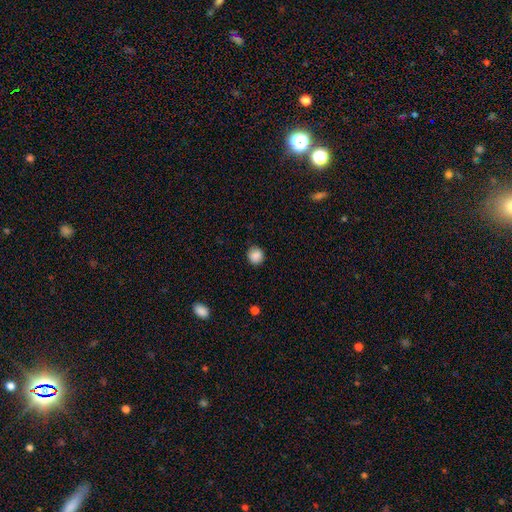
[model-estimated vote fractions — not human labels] smooth-or-featured: smooth: 88% | star or artifact: 9% | featured or disk: 3%
  how-rounded: round: 88% | in between: 11% | cigar-shaped: 1%
  merging: none: 88% | minor disturbance: 9% | major disturbance: 2% | merger: 1%